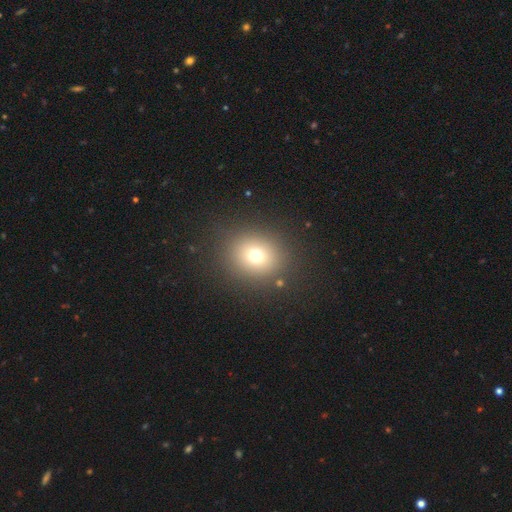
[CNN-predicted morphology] Smooth or featured? smooth (71%)
How rounded? round (78%)
Merging? none (87%)